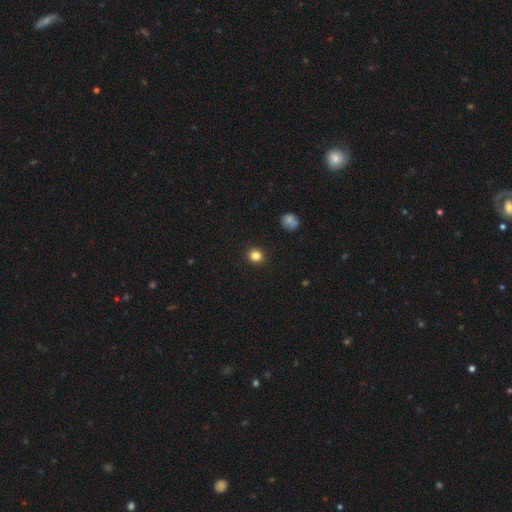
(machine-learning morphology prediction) A smooth galaxy with no disk features (84%) that is round (89%). Merging: none (92%).